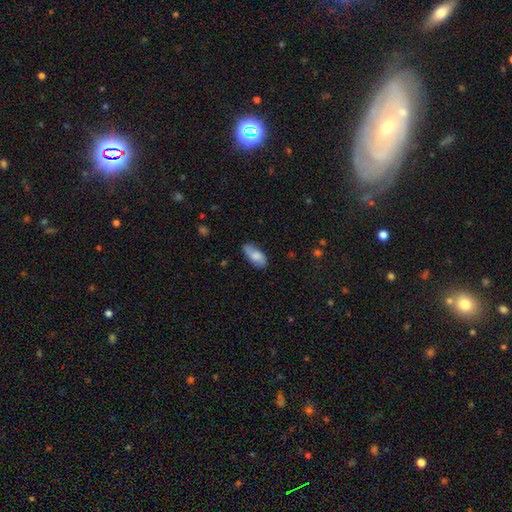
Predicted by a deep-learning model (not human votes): Smooth or featured?
  - smooth: 74% *
  - featured or disk: 20%
  - star or artifact: 7%
How rounded?
  - in between: 89% *
  - cigar-shaped: 8%
  - round: 3%
Merging?
  - none: 75% *
  - minor disturbance: 19%
  - major disturbance: 4%
  - merger: 2%